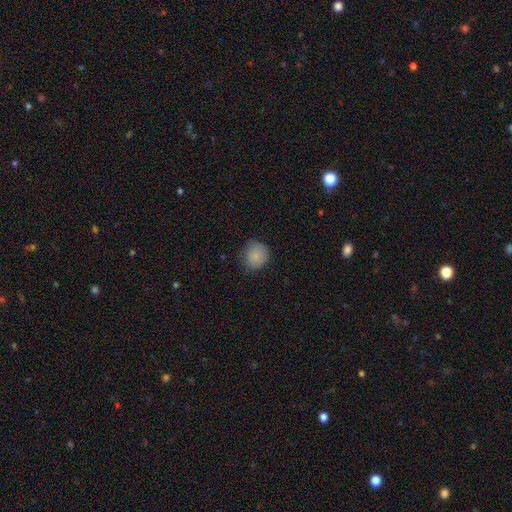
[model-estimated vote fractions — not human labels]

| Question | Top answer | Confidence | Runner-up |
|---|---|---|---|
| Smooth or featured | smooth | 84% | star or artifact (9%) |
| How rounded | round | 87% | in between (12%) |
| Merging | none | 77% | minor disturbance (18%) |